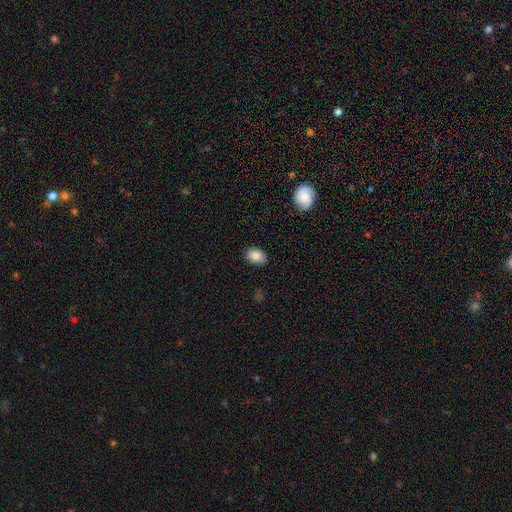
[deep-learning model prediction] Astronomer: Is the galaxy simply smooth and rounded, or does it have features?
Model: smooth — 87%.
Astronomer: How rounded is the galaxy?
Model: in between — 78%.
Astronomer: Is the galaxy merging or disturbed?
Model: none — 86%.